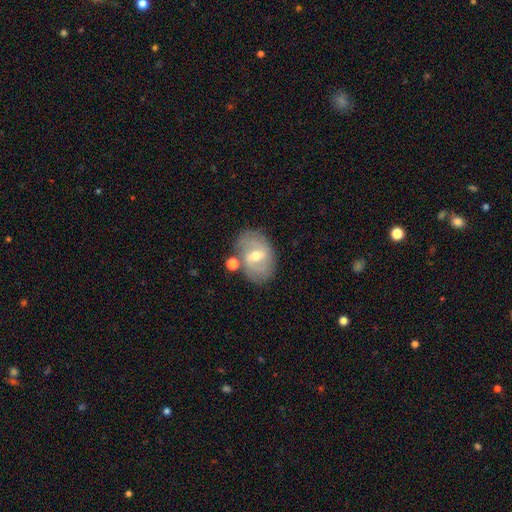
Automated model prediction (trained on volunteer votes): Smooth or featured? featured or disk (67%)
Edge-on disk? no (95%)
Bar? weak (55%)
Spiral arms? yes (76%)
Bulge size? moderate (61%)
Merging? none (69%)